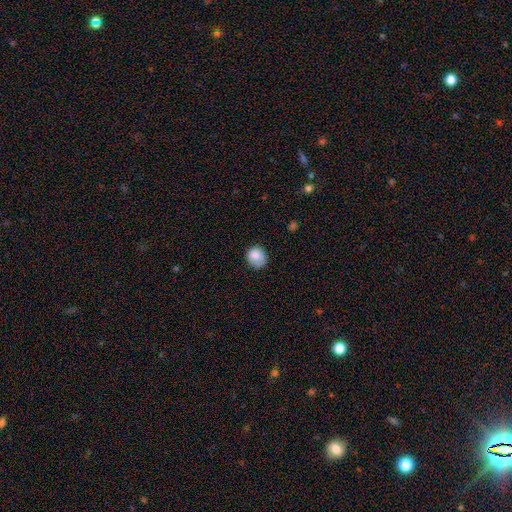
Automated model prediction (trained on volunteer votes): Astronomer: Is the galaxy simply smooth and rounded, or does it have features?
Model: smooth — 85%.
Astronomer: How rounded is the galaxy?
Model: round — 79%.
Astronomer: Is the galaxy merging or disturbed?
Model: none — 72%.